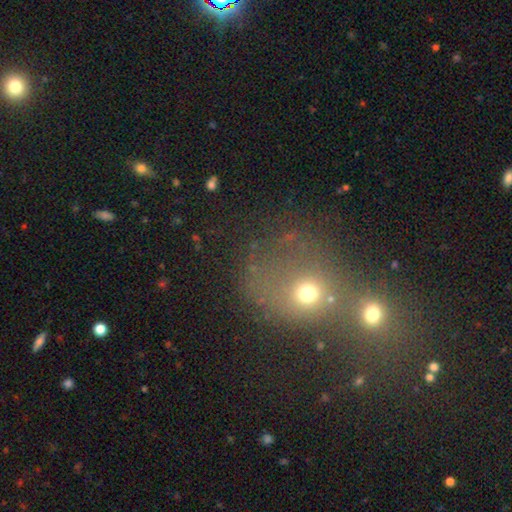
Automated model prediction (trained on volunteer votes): smooth 48%, star or artifact 35%, featured or disk 18%. Down the decision tree: merging — merger (65%).